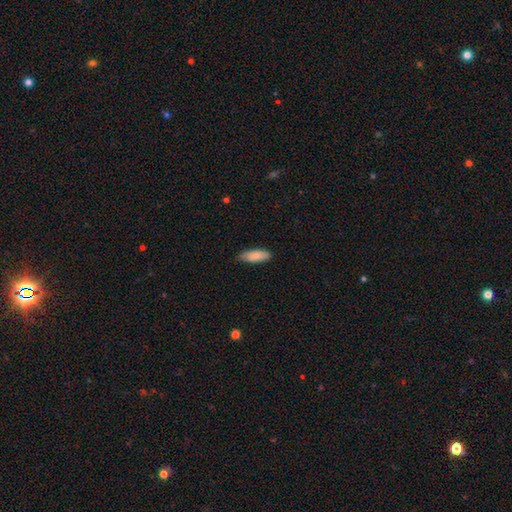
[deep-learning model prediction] Smooth or featured: smooth — 87% (featured or disk — 7%)
How rounded: in between — 60% (cigar-shaped — 38%)
Merging: none — 79% (minor disturbance — 17%)